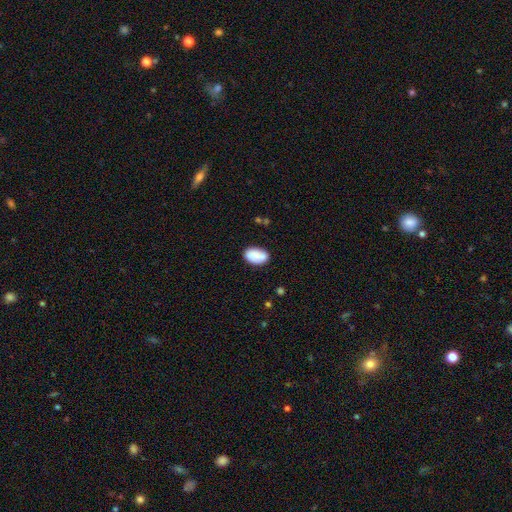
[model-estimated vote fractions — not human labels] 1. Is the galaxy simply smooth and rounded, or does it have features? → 83% smooth, 10% featured or disk, 7% star or artifact.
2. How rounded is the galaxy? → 91% in between, 8% round, 1% cigar-shaped.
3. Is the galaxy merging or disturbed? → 70% none, 18% minor disturbance, 8% merger, 4% major disturbance.